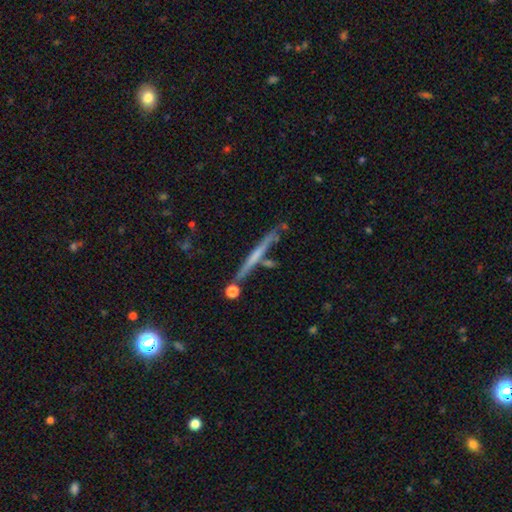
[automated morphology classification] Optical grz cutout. It shows a featured or disk galaxy (55%) viewed edge-on (96%) with no central bulge (76%). Merging: none (78%).